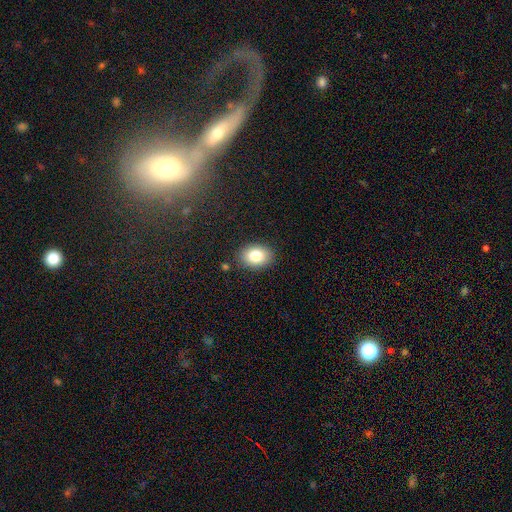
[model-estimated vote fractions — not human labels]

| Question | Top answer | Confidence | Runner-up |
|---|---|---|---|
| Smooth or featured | smooth | 83% | star or artifact (9%) |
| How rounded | in between | 70% | round (29%) |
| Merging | none | 87% | minor disturbance (9%) |